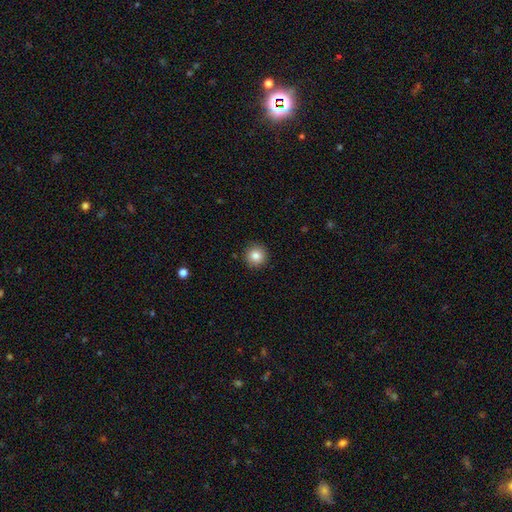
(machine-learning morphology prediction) Smooth or featured?
  - smooth: 84% *
  - star or artifact: 10%
  - featured or disk: 6%
How rounded?
  - round: 95% *
  - in between: 4%
  - cigar-shaped: 1%
Merging?
  - none: 92% *
  - minor disturbance: 6%
  - major disturbance: 2%
  - merger: 1%